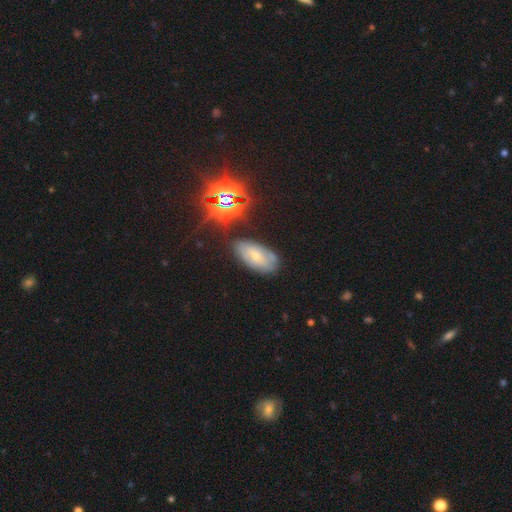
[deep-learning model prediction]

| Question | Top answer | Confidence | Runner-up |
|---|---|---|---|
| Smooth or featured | featured or disk | 44% | smooth (38%) |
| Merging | none | 72% | minor disturbance (20%) |